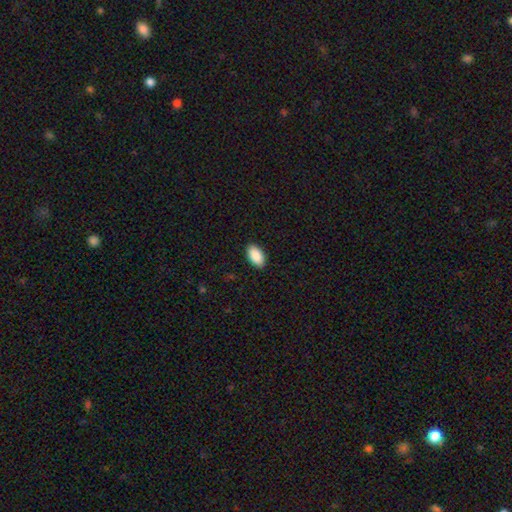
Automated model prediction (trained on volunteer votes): Morphology: type=smooth (90%); roundness=in between (95%); merging=none (90%).